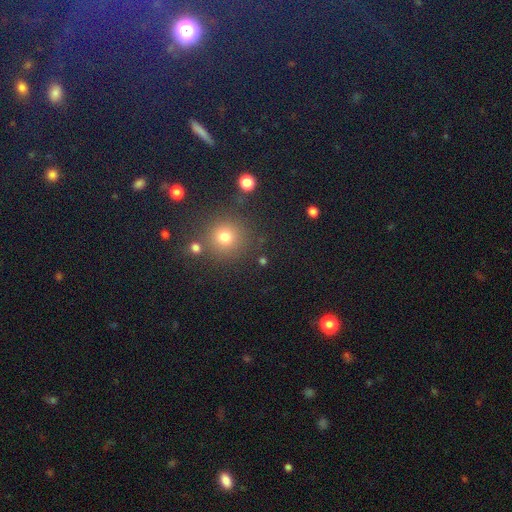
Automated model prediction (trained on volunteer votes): Morphology: type=star or artifact (51%).